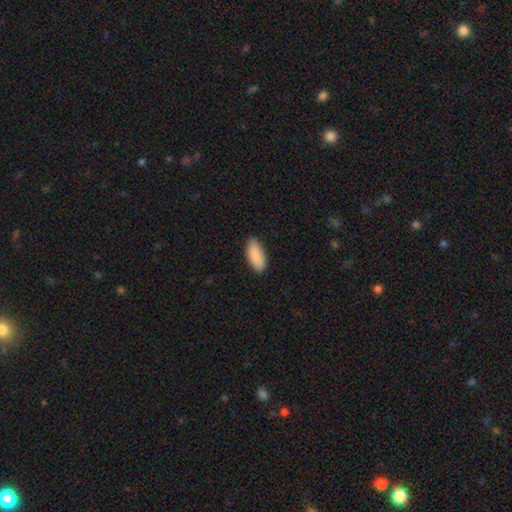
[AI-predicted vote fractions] Morphology: type=smooth (90%); roundness=in between (88%); merging=none (88%).